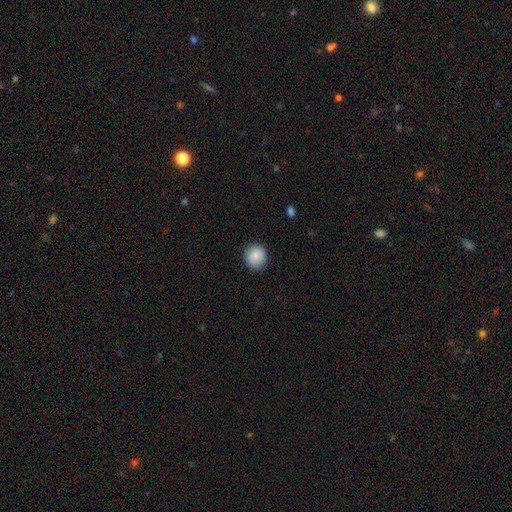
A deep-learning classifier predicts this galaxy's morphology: type=smooth (87%); roundness=round (90%); merging=none (89%).